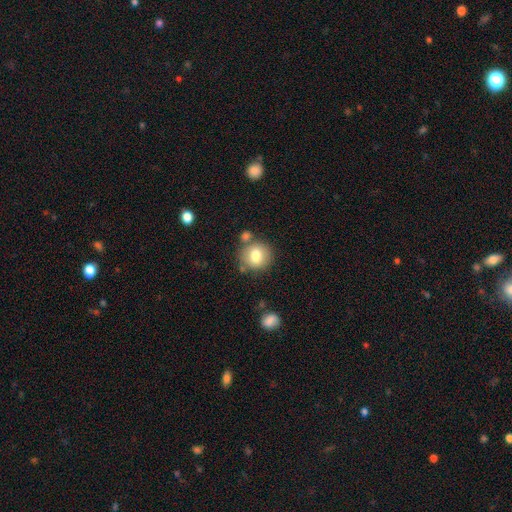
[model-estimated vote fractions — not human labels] Q: Smooth or featured?
A: smooth (76%); runner-up: featured or disk (15%)
Q: How rounded?
A: round (84%); runner-up: in between (15%)
Q: Merging?
A: none (71%); runner-up: merger (13%)